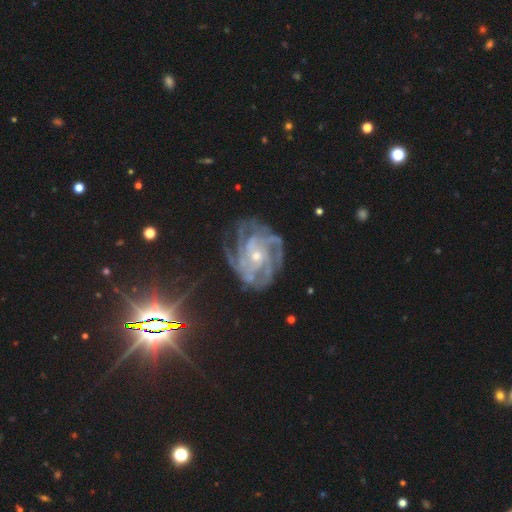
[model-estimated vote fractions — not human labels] Morphology: type=featured or disk (89%); edge-on=no (97%); bar=no (68%); spiral arms=yes (98%); winding=tight (63%); arm count=4 (27%); bulge=small (63%); merging=none (71%).